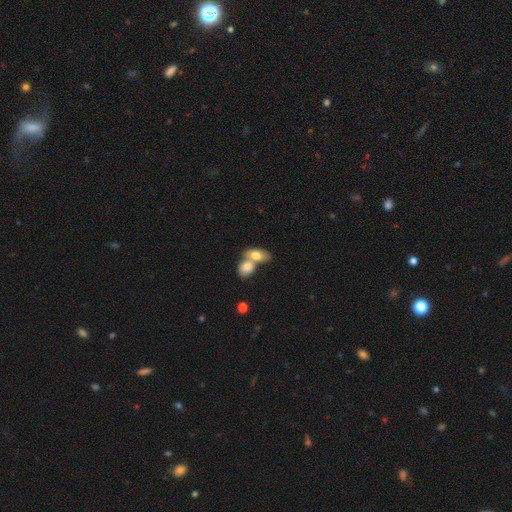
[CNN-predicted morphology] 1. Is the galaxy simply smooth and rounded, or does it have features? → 77% smooth, 16% featured or disk, 7% star or artifact.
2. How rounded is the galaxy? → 84% in between, 12% round, 4% cigar-shaped.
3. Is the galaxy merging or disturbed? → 67% merger, 23% none, 7% minor disturbance, 3% major disturbance.